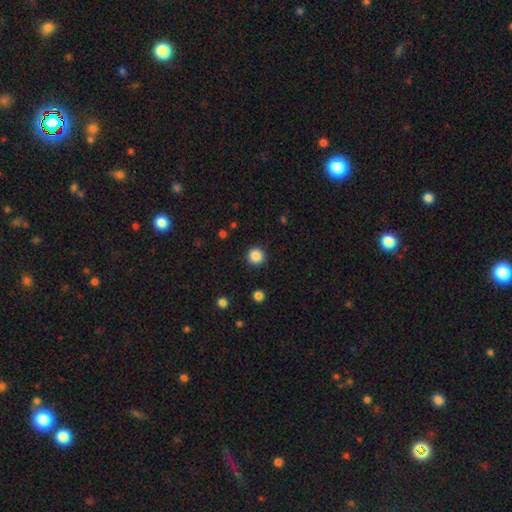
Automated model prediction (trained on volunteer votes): A smooth galaxy with no disk features (87%) that is round (95%).

Vote fractions:
- Smooth or featured? smooth: 87% / star or artifact: 10% / featured or disk: 3%
- How rounded? round: 95% / in between: 4% / cigar-shaped: 1%
- Merging? none: 91% / minor disturbance: 5% / major disturbance: 2% / merger: 1%